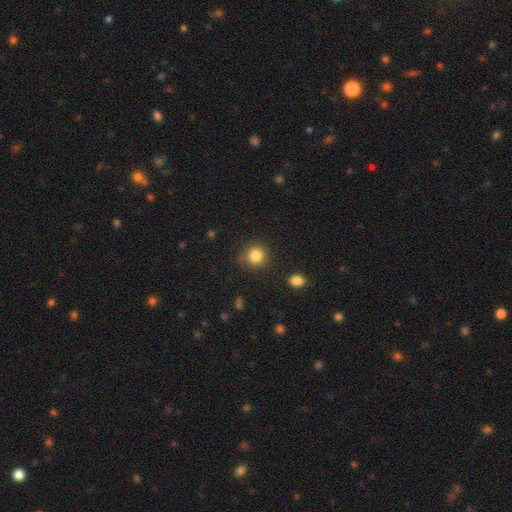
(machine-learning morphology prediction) Smooth or featured?
  - smooth: 83% *
  - star or artifact: 11%
  - featured or disk: 6%
How rounded?
  - round: 91% *
  - in between: 8%
  - cigar-shaped: 1%
Merging?
  - none: 83% *
  - minor disturbance: 11%
  - major disturbance: 3%
  - merger: 3%